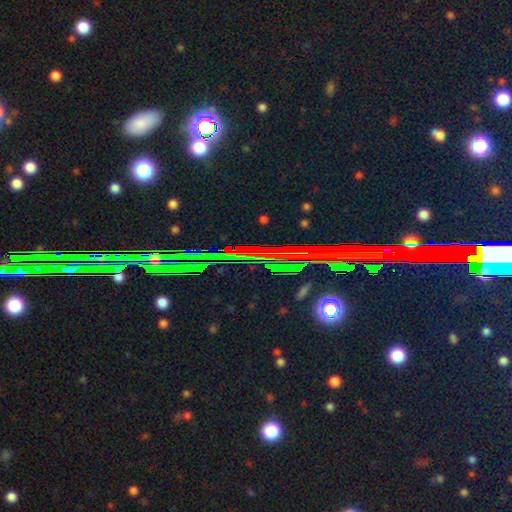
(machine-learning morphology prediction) Smooth or featured: star or artifact — 79% (featured or disk — 11%)